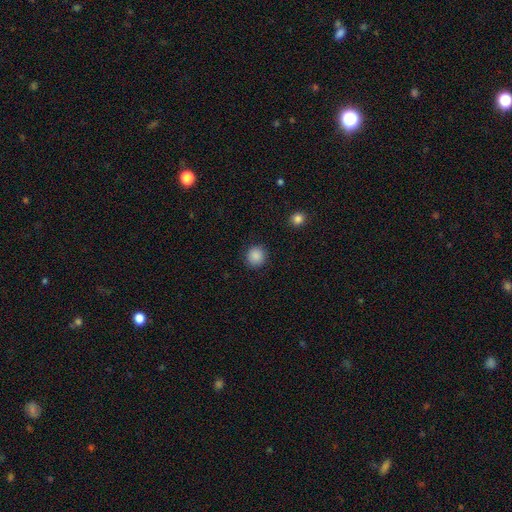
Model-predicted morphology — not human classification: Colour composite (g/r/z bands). It shows a smooth galaxy with no disk features (88%) that is round (91%). Merging: none (91%).